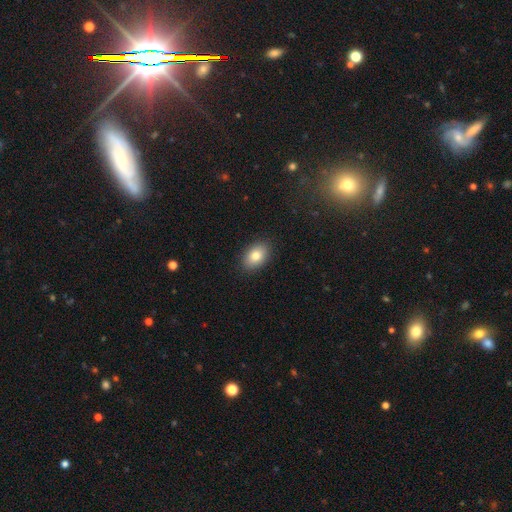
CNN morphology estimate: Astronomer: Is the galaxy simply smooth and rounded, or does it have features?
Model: smooth — 82%.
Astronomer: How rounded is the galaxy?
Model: in between — 85%.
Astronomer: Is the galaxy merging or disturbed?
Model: none — 89%.